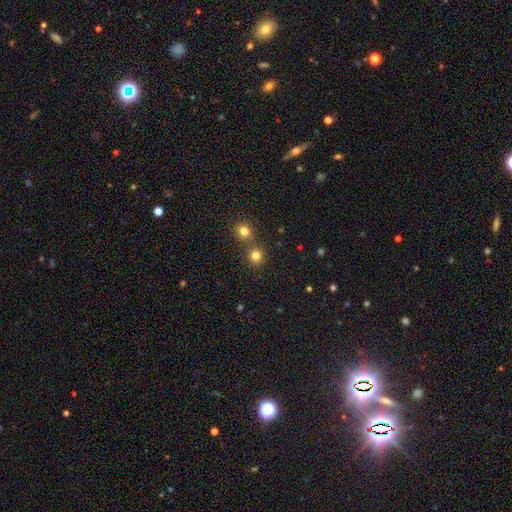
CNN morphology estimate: smooth 80%, star or artifact 15%, featured or disk 5%. Down the decision tree: how rounded — round (90%); merging — none (67%).